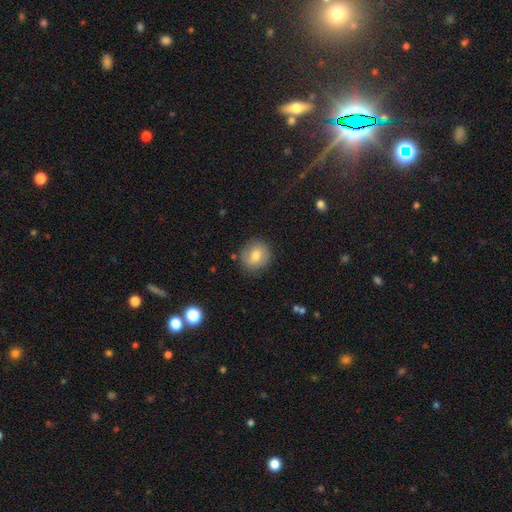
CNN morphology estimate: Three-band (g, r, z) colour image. It shows a smooth galaxy with no disk features (73%) that is round (82%). Merging: none (85%).